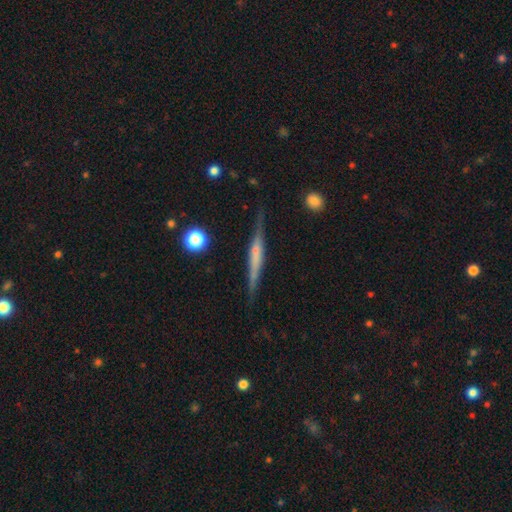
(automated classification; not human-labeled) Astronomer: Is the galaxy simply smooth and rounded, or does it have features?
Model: featured or disk — 67%.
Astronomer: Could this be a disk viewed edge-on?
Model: yes — 97%.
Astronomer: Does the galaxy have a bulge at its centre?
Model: rounded — 45% (runner-up: none, 35%).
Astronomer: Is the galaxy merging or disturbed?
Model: none — 84%.